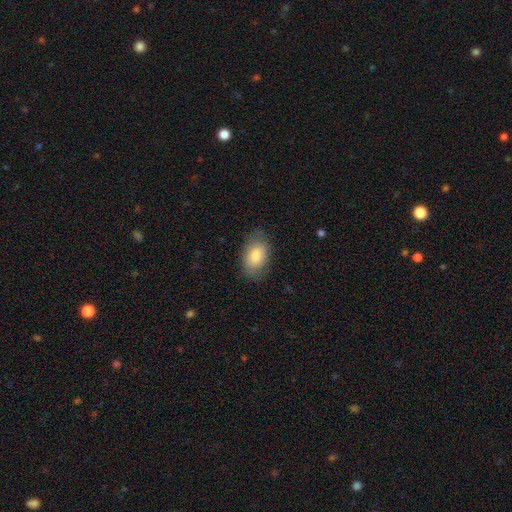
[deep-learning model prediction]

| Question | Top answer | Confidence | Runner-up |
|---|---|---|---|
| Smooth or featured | smooth | 81% | featured or disk (13%) |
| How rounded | in between | 90% | round (8%) |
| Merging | none | 79% | minor disturbance (16%) |